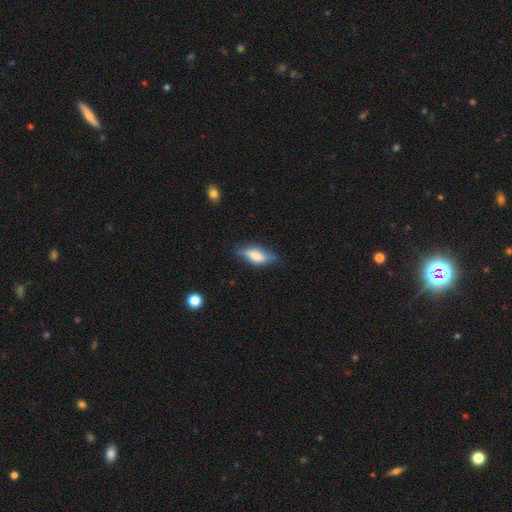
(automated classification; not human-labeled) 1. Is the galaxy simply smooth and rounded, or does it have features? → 65% smooth, 28% featured or disk, 7% star or artifact.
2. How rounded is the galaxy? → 72% in between, 25% cigar-shaped, 3% round.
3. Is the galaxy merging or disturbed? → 63% none, 29% minor disturbance, 7% major disturbance, 2% merger.